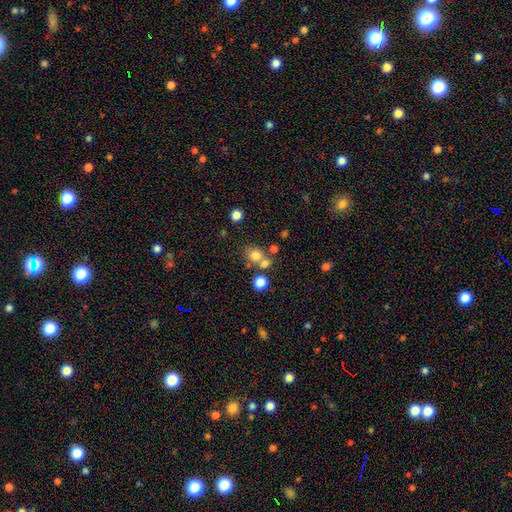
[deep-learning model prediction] Morphology: type=smooth (74%); roundness=round (72%); merging=none (55%).